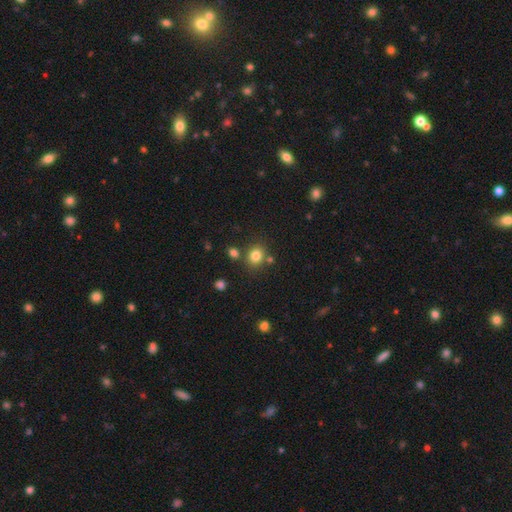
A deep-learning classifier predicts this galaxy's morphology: This is clearly a smooth galaxy (81%). How rounded: likely round (65%). Merging: likely none (75%).